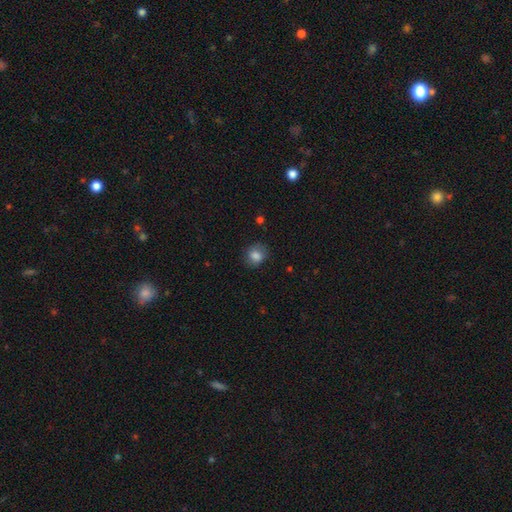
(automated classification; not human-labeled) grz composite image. It shows a smooth galaxy with no disk features (83%) that is round (67%). Merging: none (76%).